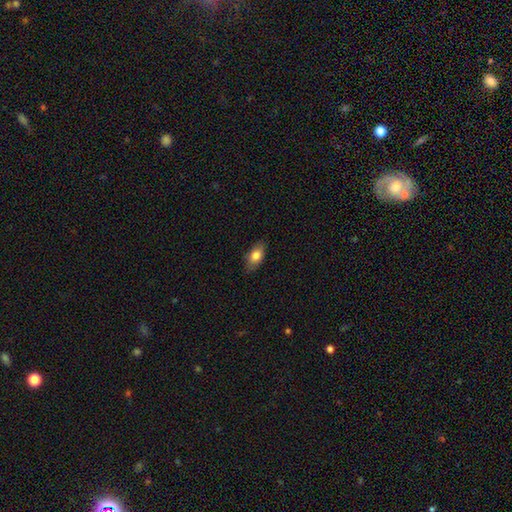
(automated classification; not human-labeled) smooth-or-featured: smooth: 79% | featured or disk: 14% | star or artifact: 7%
  how-rounded: in between: 88% | round: 6% | cigar-shaped: 6%
  merging: none: 82% | minor disturbance: 15% | major disturbance: 3% | merger: 1%